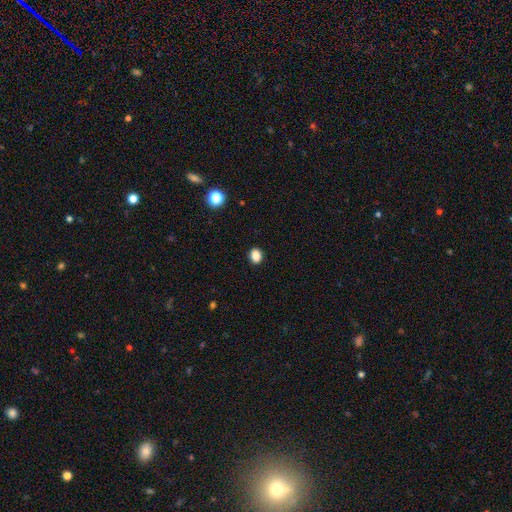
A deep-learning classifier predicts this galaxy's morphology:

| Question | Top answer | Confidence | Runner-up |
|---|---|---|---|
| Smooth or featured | smooth | 87% | star or artifact (10%) |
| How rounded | in between | 55% | round (44%) |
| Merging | none | 90% | minor disturbance (7%) |